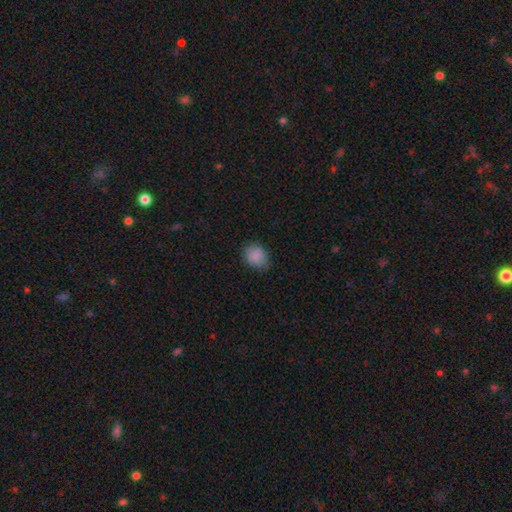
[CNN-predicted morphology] Q: Smooth or featured?
A: smooth (88%); runner-up: star or artifact (8%)
Q: How rounded?
A: round (55%); runner-up: in between (44%)
Q: Merging?
A: none (80%); runner-up: minor disturbance (15%)